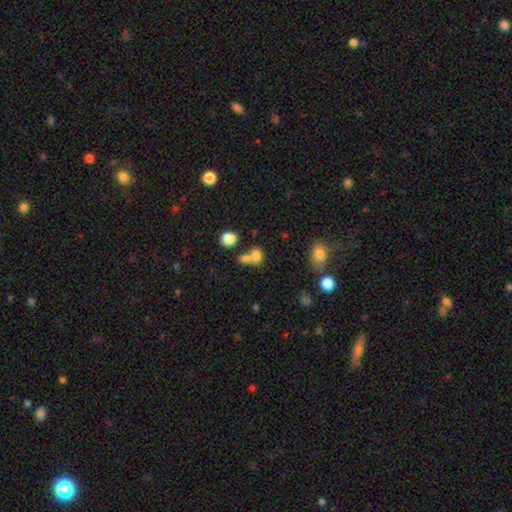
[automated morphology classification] Smooth or featured? Predicted: smooth (p=0.76). How rounded? Predicted: round (p=0.54). Merging? Predicted: merger (p=0.56).